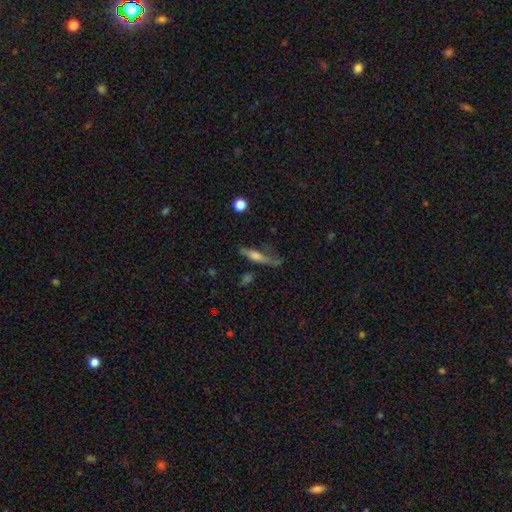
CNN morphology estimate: type=smooth (47%); merging=none (48%).